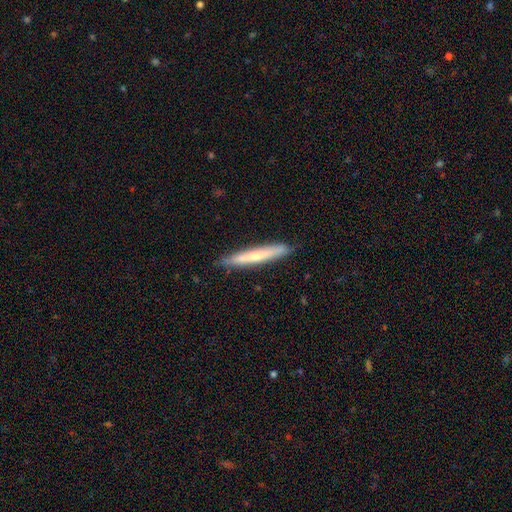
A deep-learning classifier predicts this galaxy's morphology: smooth 53%, featured or disk 41%, star or artifact 6%. Down the decision tree: how rounded — cigar-shaped (95%); merging — none (89%).